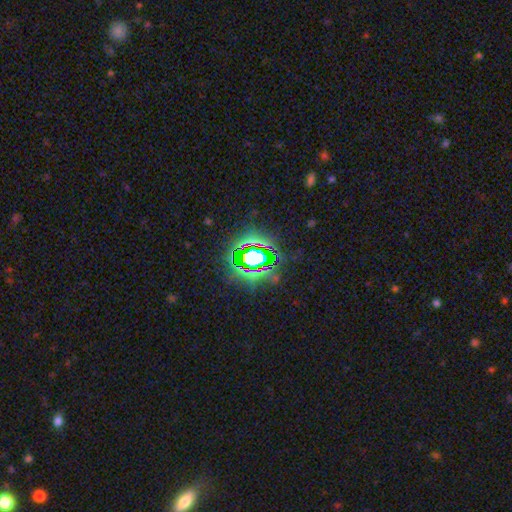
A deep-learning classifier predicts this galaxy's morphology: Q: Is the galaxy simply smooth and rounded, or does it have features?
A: star or artifact — 75%.